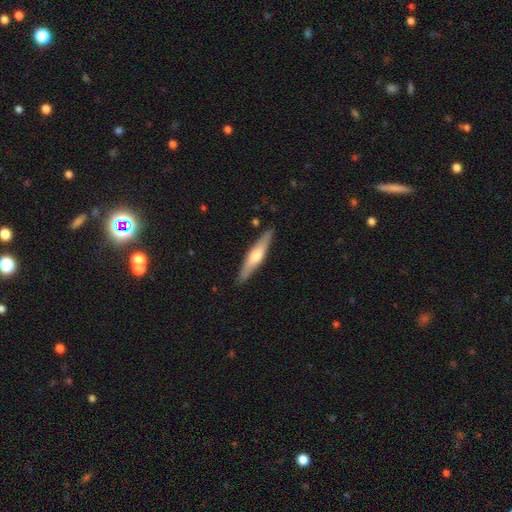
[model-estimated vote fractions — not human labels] A featured or disk galaxy (55%) viewed edge-on (93%) with a rounded central bulge (87%). Merging: none (88%).